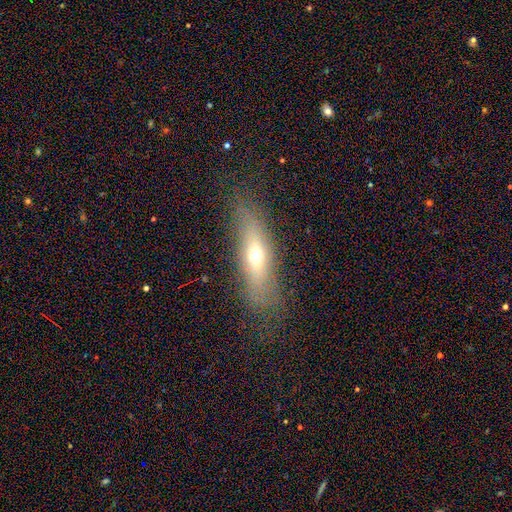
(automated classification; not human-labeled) A smooth galaxy with no disk features (49%). Merging: none (76%).